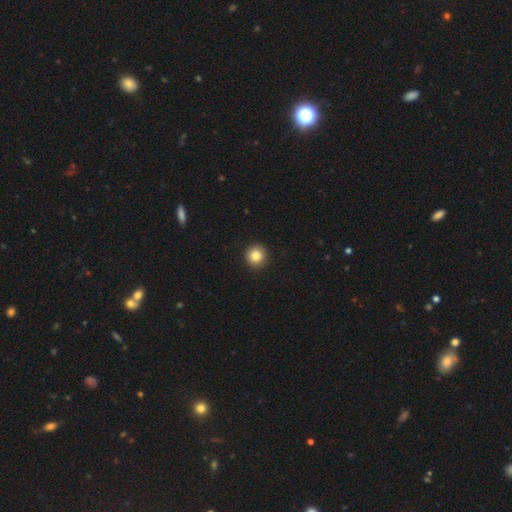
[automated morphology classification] This appears to be a smooth galaxy with no disk features (84%) that is round (95%). Merging: none (93%).